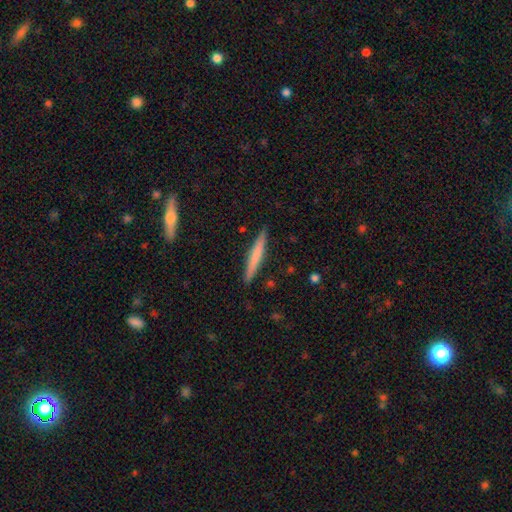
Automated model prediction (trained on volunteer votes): Smooth or featured: smooth — 62% (featured or disk — 33%)
How rounded: cigar-shaped — 95% (in between — 3%)
Merging: none — 90% (minor disturbance — 7%)